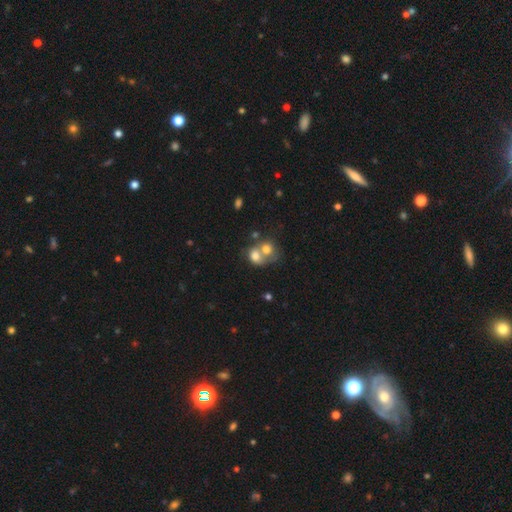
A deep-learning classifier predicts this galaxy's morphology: Smooth or featured? Predicted: smooth (p=0.69). How rounded? Predicted: round (p=0.59). Merging? Predicted: merger (p=0.72).